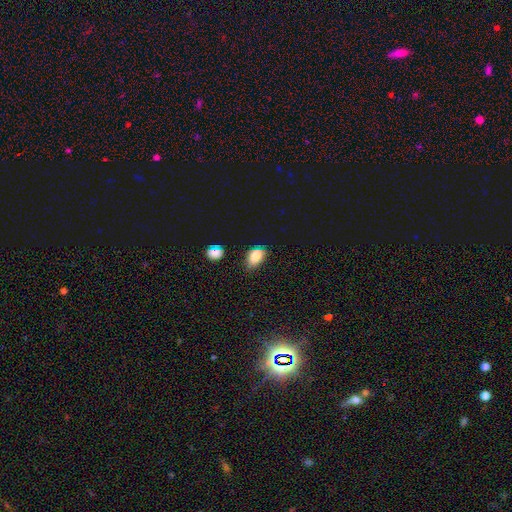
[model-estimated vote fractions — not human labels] smooth-or-featured: smooth: 76% | star or artifact: 16% | featured or disk: 7%
  how-rounded: in between: 83% | round: 14% | cigar-shaped: 2%
  merging: none: 73% | minor disturbance: 20% | major disturbance: 4% | merger: 3%